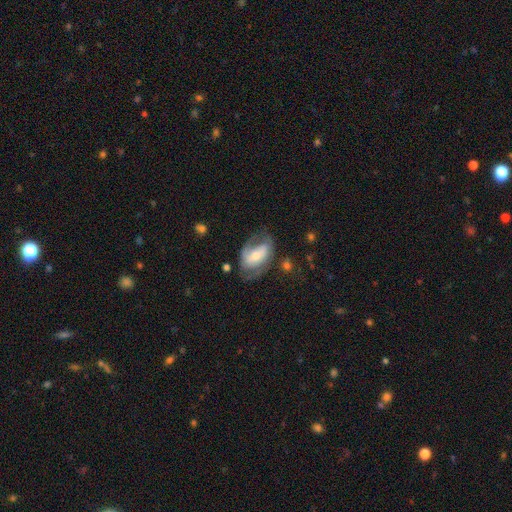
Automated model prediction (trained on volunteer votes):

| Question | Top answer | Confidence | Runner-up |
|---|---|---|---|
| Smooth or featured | featured or disk | 65% | smooth (28%) |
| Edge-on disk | no | 94% | yes (6%) |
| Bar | no | 39% | weak (34%) |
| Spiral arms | yes | 75% | no (25%) |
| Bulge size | moderate | 47% | small (42%) |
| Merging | none | 53% | minor disturbance (24%) |